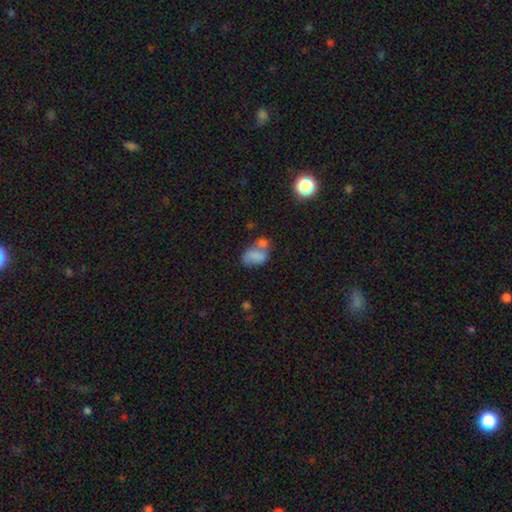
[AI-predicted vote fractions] smooth_or_featured: smooth (p=0.73) [alt: featured or disk p=0.17]
how_rounded: in between (p=0.85) [alt: round p=0.14]
merging: merger (p=0.45) [alt: none p=0.27]